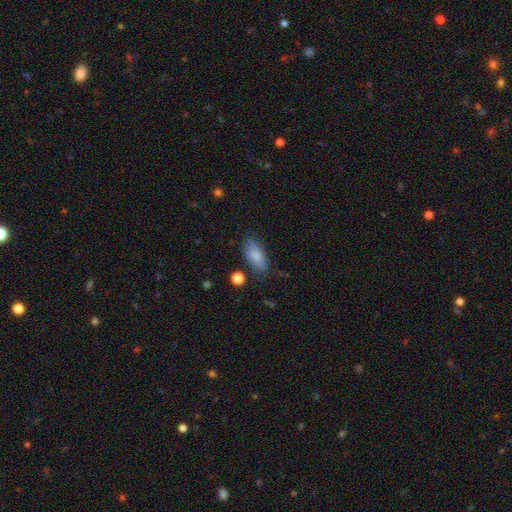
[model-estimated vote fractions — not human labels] Morphology: type=smooth (84%); roundness=in between (85%); merging=none (78%).